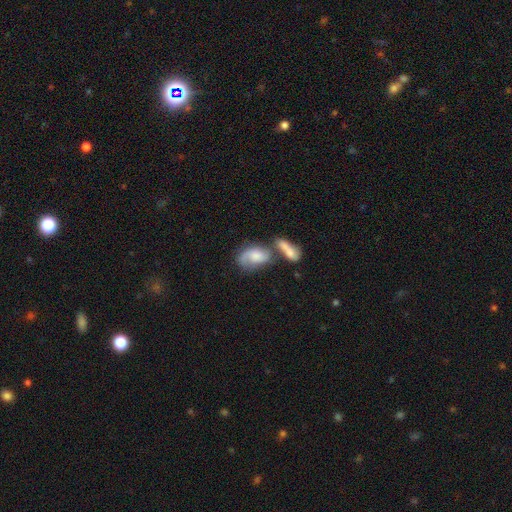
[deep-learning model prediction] Smooth or featured: featured or disk — 55% (smooth — 36%)
Edge-on disk: no — 95% (yes — 5%)
Bar: no — 65% (weak — 29%)
Spiral arms: yes — 82% (no — 18%)
Bulge size: moderate — 38% (large — 21%)
Merging: merger — 55% (none — 24%)